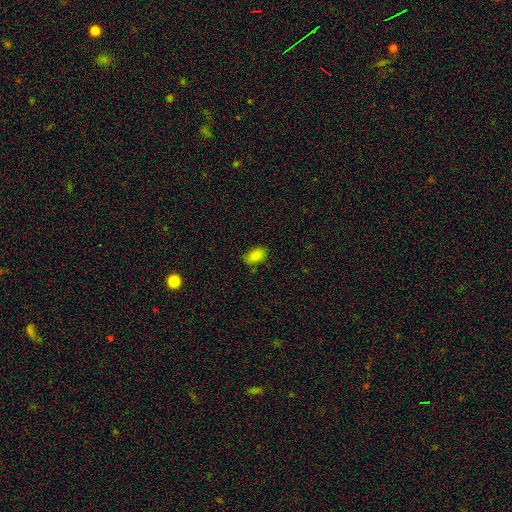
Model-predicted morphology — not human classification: Smooth or featured? smooth (85%)
How rounded? in between (89%)
Merging? none (80%)